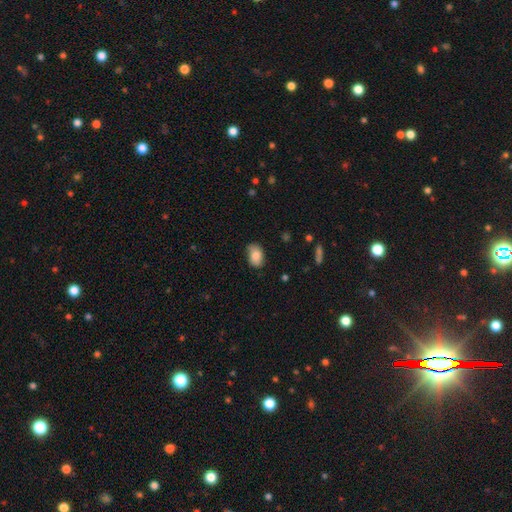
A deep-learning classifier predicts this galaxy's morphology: This appears to be a smooth galaxy with no disk features (82%) that is in between round and cigar-shaped (87%). Merging: none (70%).